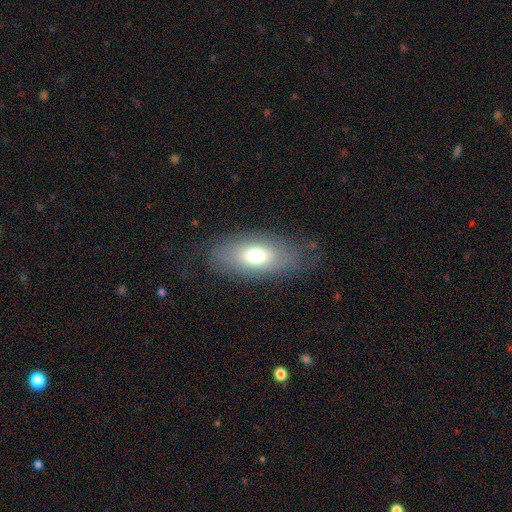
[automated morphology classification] Q: Smooth or featured?
A: smooth (67%); runner-up: featured or disk (25%)
Q: How rounded?
A: in between (89%); runner-up: cigar-shaped (6%)
Q: Merging?
A: none (72%); runner-up: minor disturbance (18%)